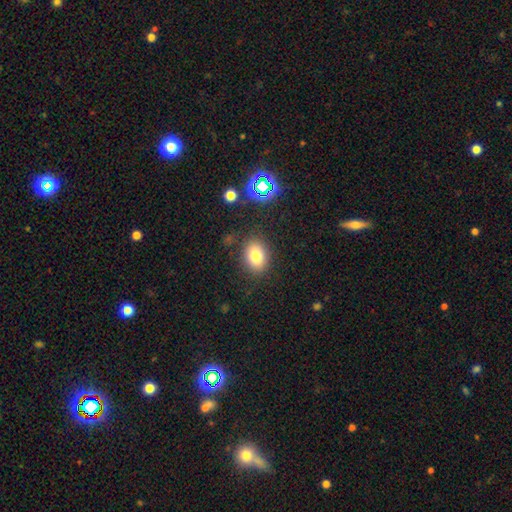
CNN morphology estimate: smooth 78%, star or artifact 12%, featured or disk 9%. Down the decision tree: how rounded — in between (65%); merging — none (83%).